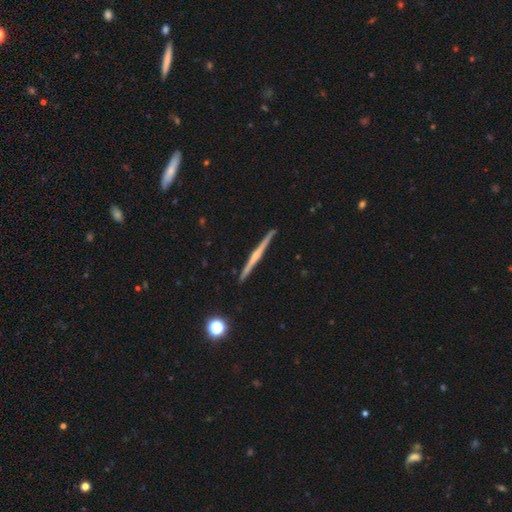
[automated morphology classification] smooth_or_featured: featured or disk (p=0.74) [alt: smooth p=0.21]
disk_edge_on: yes (p=0.98) [alt: no p=0.02]
edge_on_bulge: rounded (p=0.59) [alt: none p=0.32]
merging: none (p=0.92) [alt: minor disturbance p=0.05]